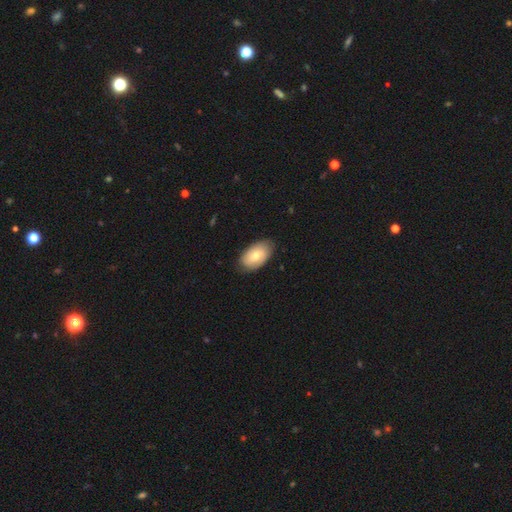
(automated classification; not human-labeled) This is likely a smooth galaxy (68%). How rounded: clearly in between (93%). Merging: clearly none (81%).